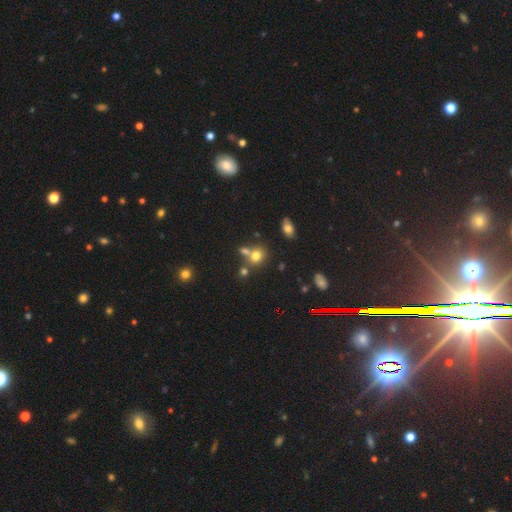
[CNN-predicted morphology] Smooth or featured? smooth (71%)
How rounded? round (69%)
Merging? none (52%)